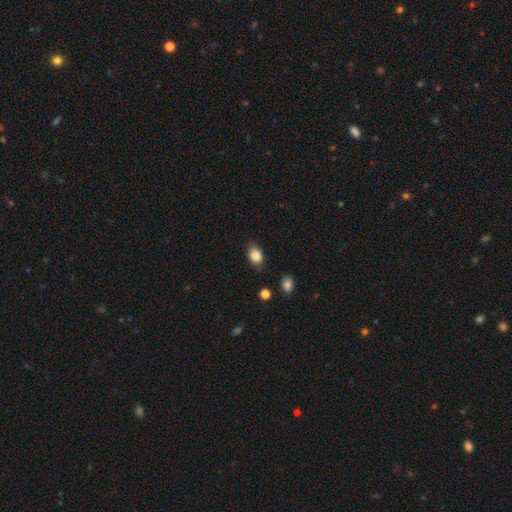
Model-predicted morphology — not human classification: Smooth or featured: smooth — 86% (star or artifact — 8%)
How rounded: in between — 80% (round — 18%)
Merging: none — 76% (minor disturbance — 18%)